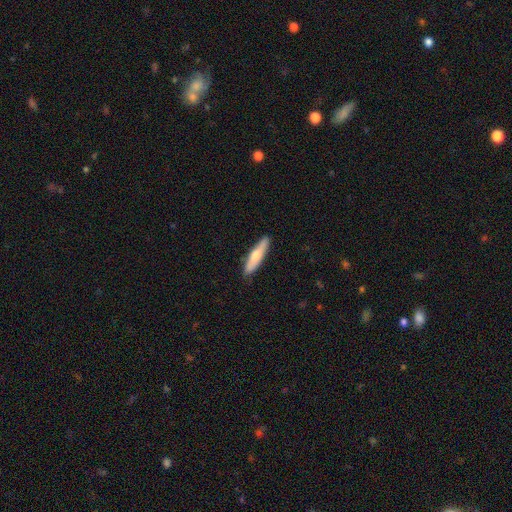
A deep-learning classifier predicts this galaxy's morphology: This is possibly a smooth galaxy (59%). How rounded: clearly cigar-shaped (80%). Merging: clearly none (89%).